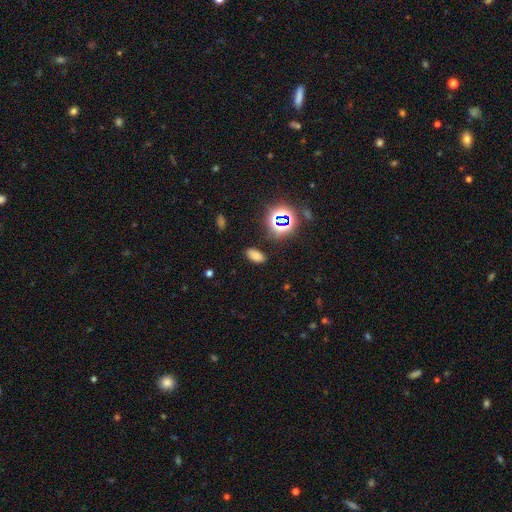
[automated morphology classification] A smooth galaxy with no disk features (69%) that is in between round and cigar-shaped (90%). Merging: none (84%).